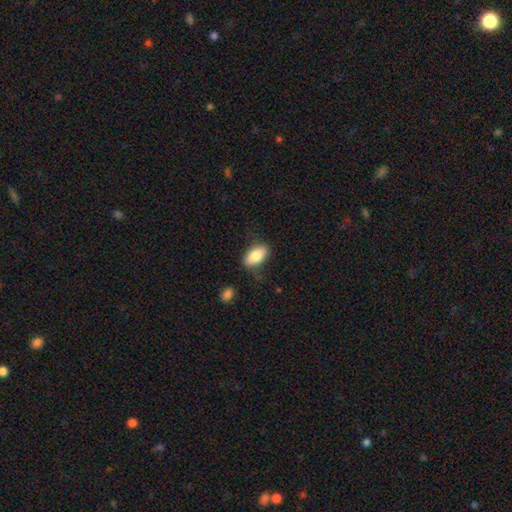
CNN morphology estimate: Q: Smooth or featured?
A: smooth (81%); runner-up: featured or disk (12%)
Q: How rounded?
A: in between (90%); runner-up: round (5%)
Q: Merging?
A: none (75%); runner-up: minor disturbance (18%)